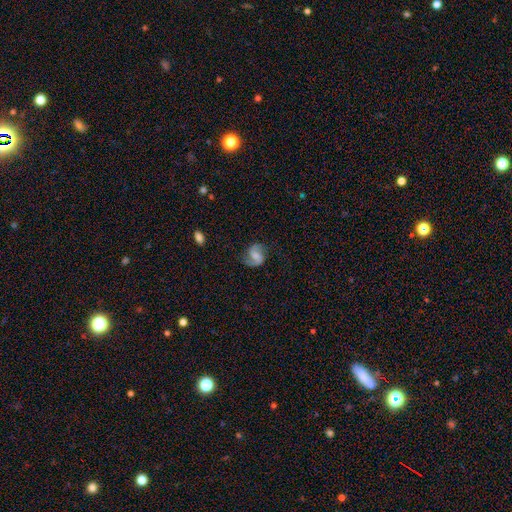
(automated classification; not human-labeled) smooth_or_featured: featured or disk (p=0.80) [alt: smooth p=0.14]
disk_edge_on: no (p=0.98) [alt: yes p=0.02]
bar: weak (p=0.48) [alt: no p=0.38]
has_spiral_arms: yes (p=0.96) [alt: no p=0.04]
spiral_winding: medium (p=0.50) [alt: loose p=0.34]
spiral_arm_count: 2 (p=0.91) [alt: 1 p=0.04]
bulge_size: small (p=0.38) [alt: moderate p=0.35]
merging: none (p=0.77) [alt: minor disturbance p=0.15]